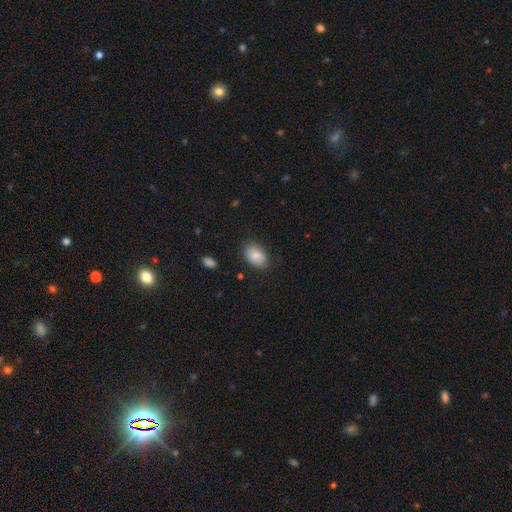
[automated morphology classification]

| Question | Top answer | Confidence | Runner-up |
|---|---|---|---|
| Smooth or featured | smooth | 85% | featured or disk (8%) |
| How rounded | in between | 84% | round (15%) |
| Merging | none | 80% | minor disturbance (15%) |